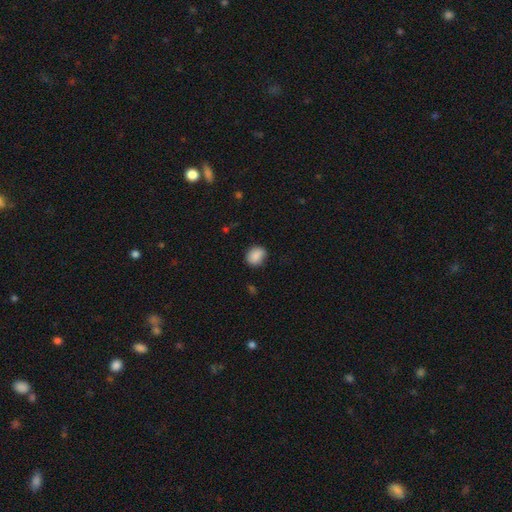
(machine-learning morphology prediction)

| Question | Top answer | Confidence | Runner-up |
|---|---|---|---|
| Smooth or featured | smooth | 87% | star or artifact (8%) |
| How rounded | round | 56% | in between (43%) |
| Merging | none | 81% | minor disturbance (15%) |